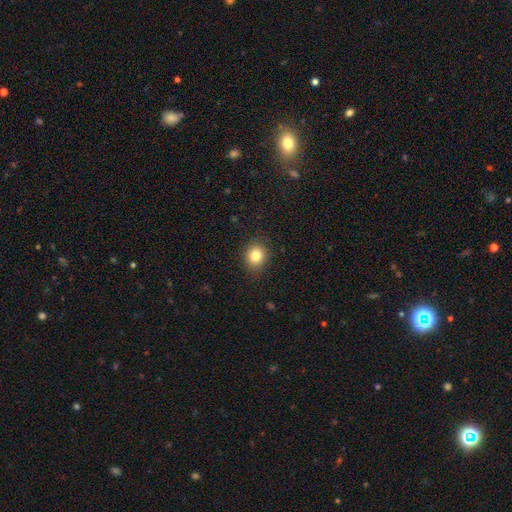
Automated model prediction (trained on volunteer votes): Smooth or featured?
  - smooth: 82% *
  - star or artifact: 11%
  - featured or disk: 7%
How rounded?
  - round: 70% *
  - in between: 29%
  - cigar-shaped: 1%
Merging?
  - none: 88% *
  - minor disturbance: 8%
  - major disturbance: 3%
  - merger: 1%